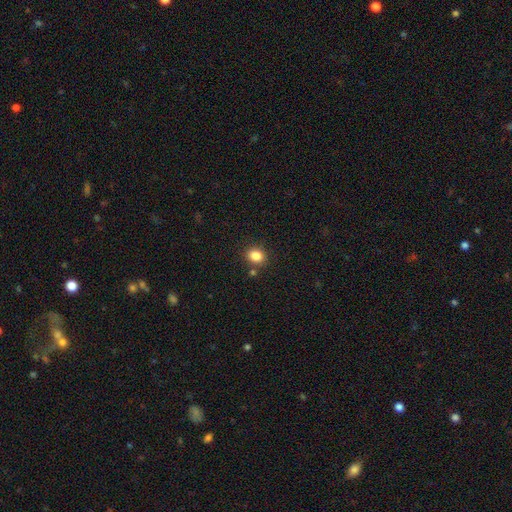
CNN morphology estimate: This appears to be a smooth galaxy with no disk features (85%) that is round (64%). Merging: none (82%).